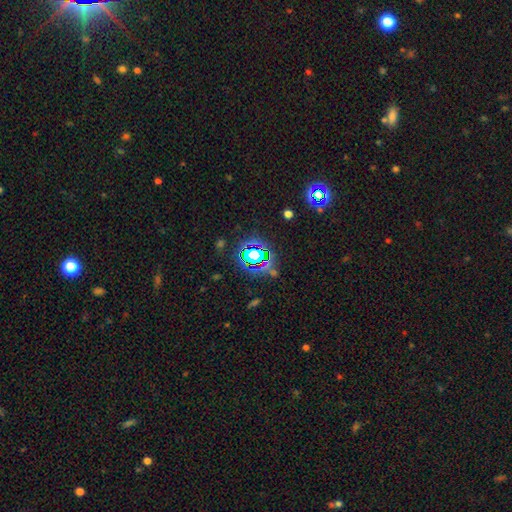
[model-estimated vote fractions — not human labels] smooth-or-featured: star or artifact: 74% | smooth: 16% | featured or disk: 9%